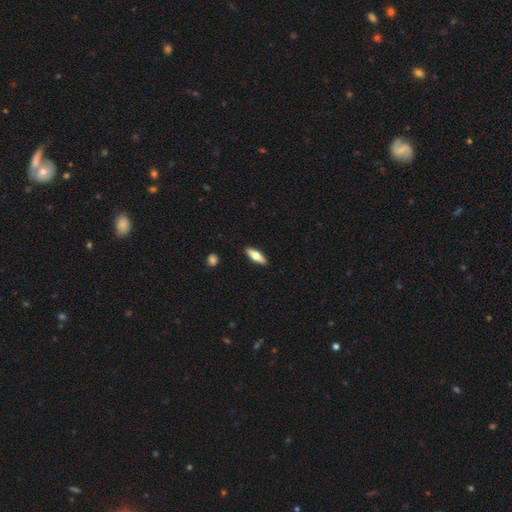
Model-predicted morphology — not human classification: type=smooth (59%); roundness=cigar-shaped (49%, tied with in between); merging=none (90%).